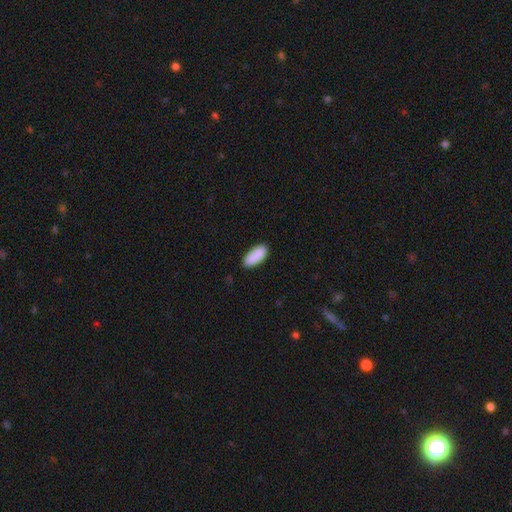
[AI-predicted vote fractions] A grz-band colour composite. It shows a smooth galaxy with no disk features (89%) that is in between round and cigar-shaped (87%). Merging: none (81%).